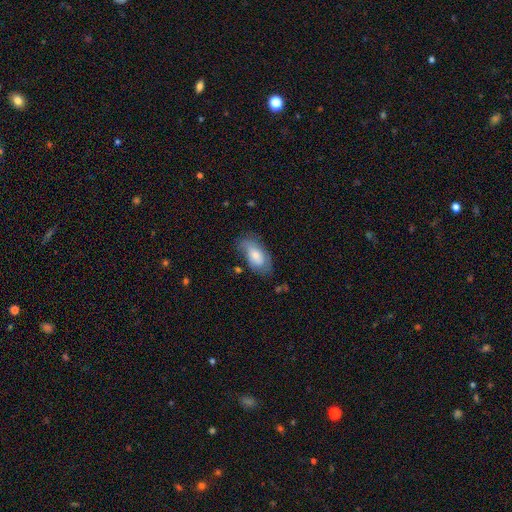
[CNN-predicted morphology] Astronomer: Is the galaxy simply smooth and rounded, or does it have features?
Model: smooth — 62%.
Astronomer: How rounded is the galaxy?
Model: in between — 91%.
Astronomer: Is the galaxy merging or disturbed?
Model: none — 53% (runner-up: minor disturbance, 30%).